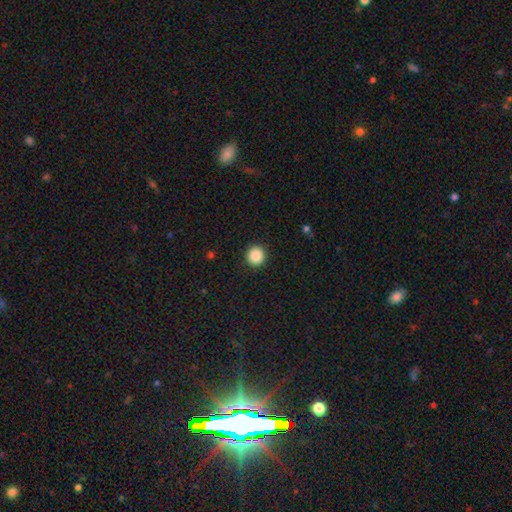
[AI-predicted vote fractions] smooth_or_featured: smooth (p=0.88) [alt: star or artifact p=0.09]
how_rounded: round (p=0.93) [alt: in between p=0.06]
merging: none (p=0.92) [alt: minor disturbance p=0.05]